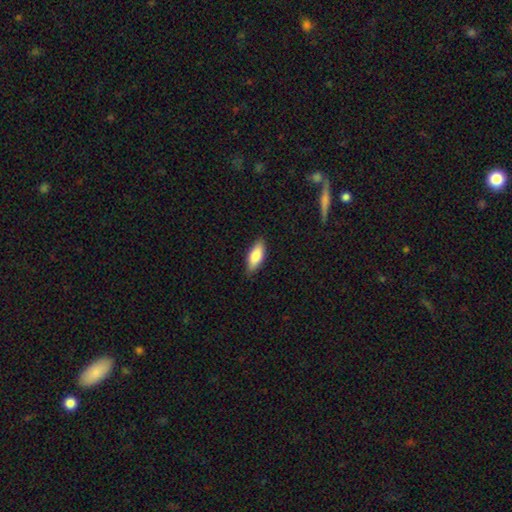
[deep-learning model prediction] smooth_or_featured: smooth (p=0.81) [alt: featured or disk p=0.13]
how_rounded: in between (p=0.74) [alt: cigar-shaped p=0.24]
merging: none (p=0.86) [alt: minor disturbance p=0.11]